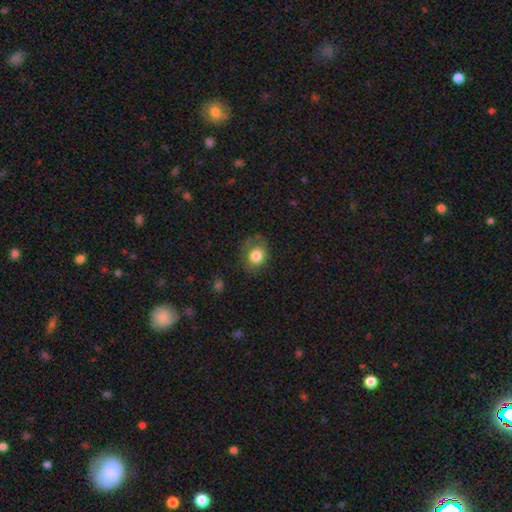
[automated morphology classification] Smooth or featured? smooth (75%)
How rounded? round (58%)
Merging? none (62%)